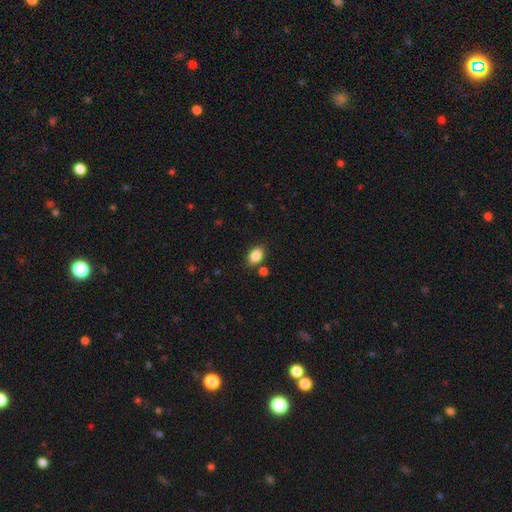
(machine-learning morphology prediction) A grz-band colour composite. It shows a smooth galaxy with no disk features (86%) that is in between round and cigar-shaped (84%). Merging: none (79%).